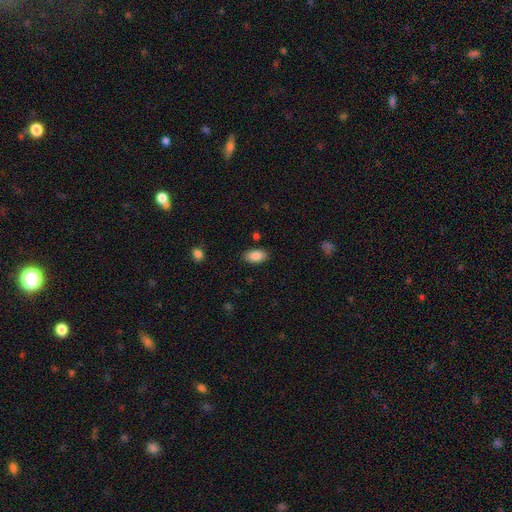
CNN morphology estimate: Smooth or featured? Predicted: smooth (p=0.88). How rounded? Predicted: in between (p=0.93). Merging? Predicted: none (p=0.86).